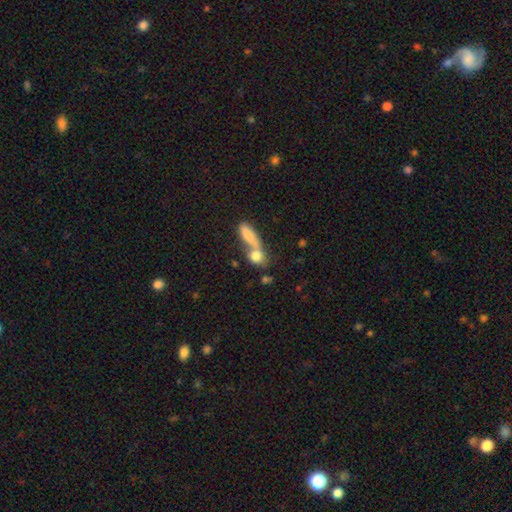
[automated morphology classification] Smooth or featured?
  - smooth: 78% *
  - featured or disk: 13%
  - star or artifact: 9%
How rounded?
  - in between: 43% *
  - round: 41%
  - cigar-shaped: 15%
Merging?
  - merger: 57% *
  - none: 28%
  - minor disturbance: 8%
  - major disturbance: 7%